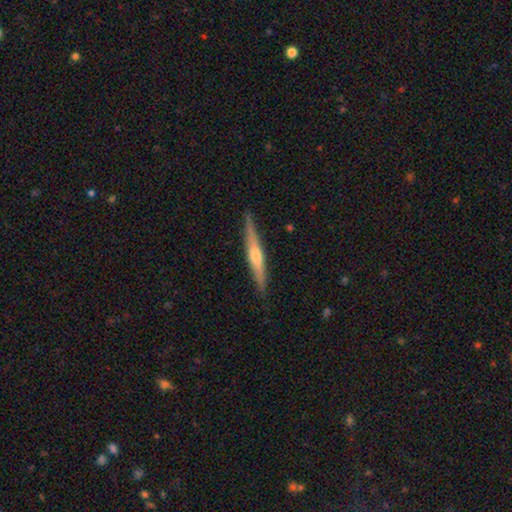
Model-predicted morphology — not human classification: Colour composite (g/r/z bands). It shows a featured or disk galaxy (67%) viewed edge-on (97%) with a rounded central bulge (82%). Merging: none (89%).